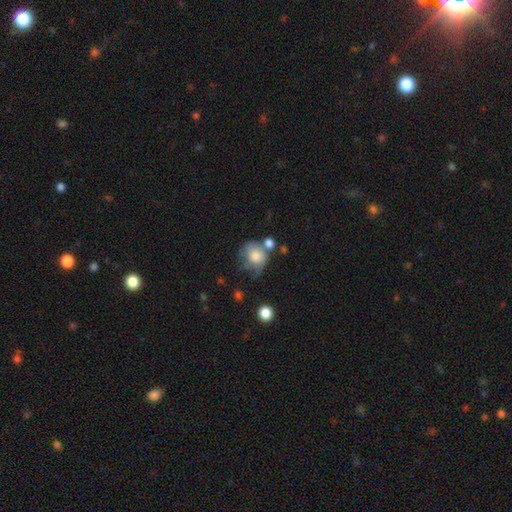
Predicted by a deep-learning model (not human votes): Smooth or featured? Predicted: smooth (p=0.69). How rounded? Predicted: round (p=0.66). Merging? Predicted: none (p=0.33).